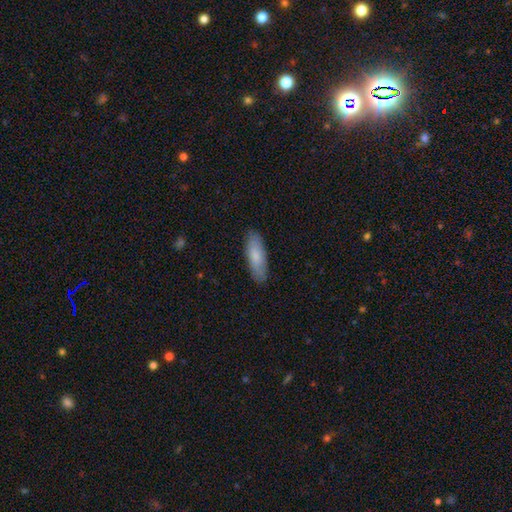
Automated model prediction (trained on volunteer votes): smooth-or-featured: smooth: 78% | featured or disk: 17% | star or artifact: 5%
  how-rounded: in between: 56% | cigar-shaped: 42% | round: 2%
  merging: none: 86% | minor disturbance: 11% | major disturbance: 2% | merger: 1%